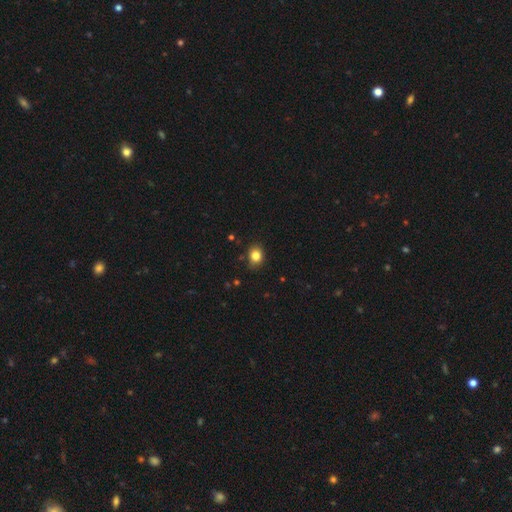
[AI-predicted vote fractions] Q: Smooth or featured?
A: smooth (83%); runner-up: star or artifact (11%)
Q: How rounded?
A: round (56%); runner-up: in between (44%)
Q: Merging?
A: none (84%); runner-up: minor disturbance (12%)